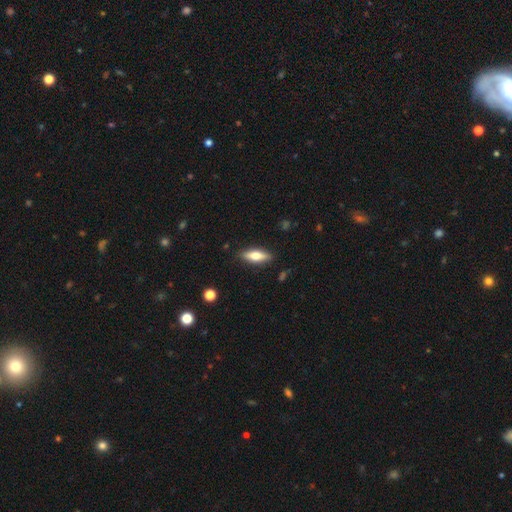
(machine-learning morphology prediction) Smooth or featured? smooth (56%)
How rounded? in between (53%)
Merging? none (87%)